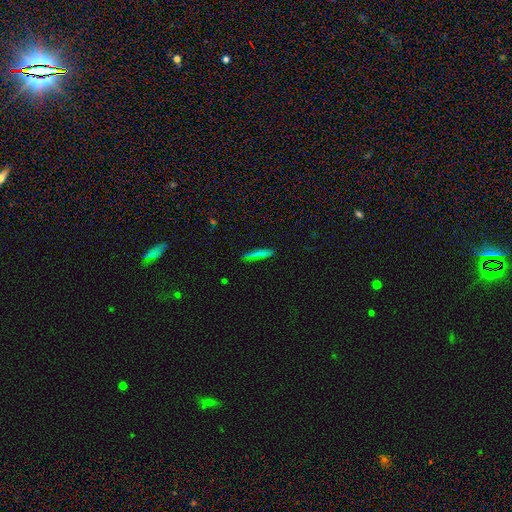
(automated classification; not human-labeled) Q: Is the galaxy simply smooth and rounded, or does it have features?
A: smooth — 74%.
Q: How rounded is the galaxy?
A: cigar-shaped — 93%.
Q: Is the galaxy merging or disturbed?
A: none — 86%.